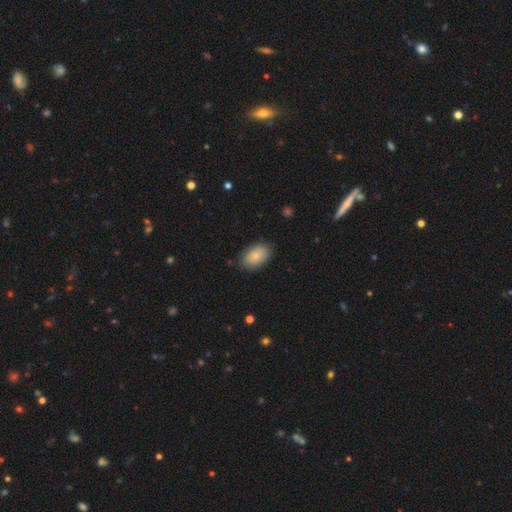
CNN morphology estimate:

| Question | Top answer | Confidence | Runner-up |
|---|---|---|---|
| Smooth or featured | smooth | 82% | featured or disk (11%) |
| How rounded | in between | 91% | round (8%) |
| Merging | none | 84% | minor disturbance (12%) |